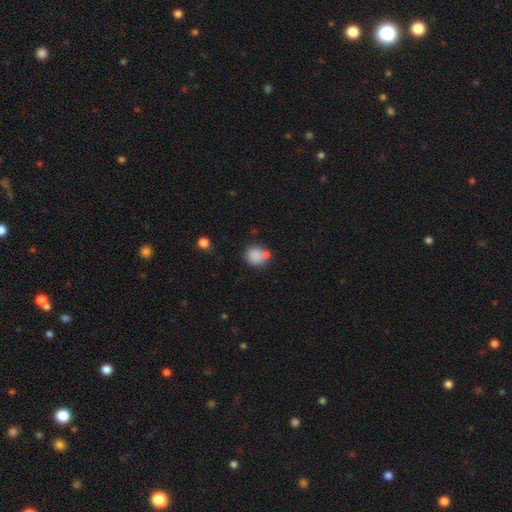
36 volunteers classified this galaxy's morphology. smooth_or_featured: smooth (p=0.94) [alt: star or artifact p=0.06]
how_rounded: round (p=0.88) [alt: in between p=0.12]
merging: none (p=0.59) [alt: merger p=0.29]